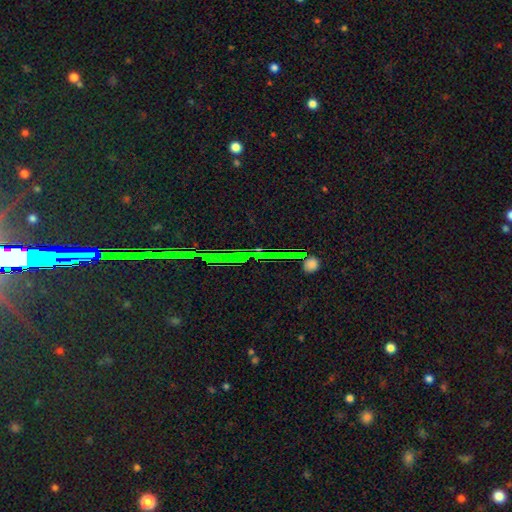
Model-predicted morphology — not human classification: This is clearly a star or artifact rather than a galaxy (84%).